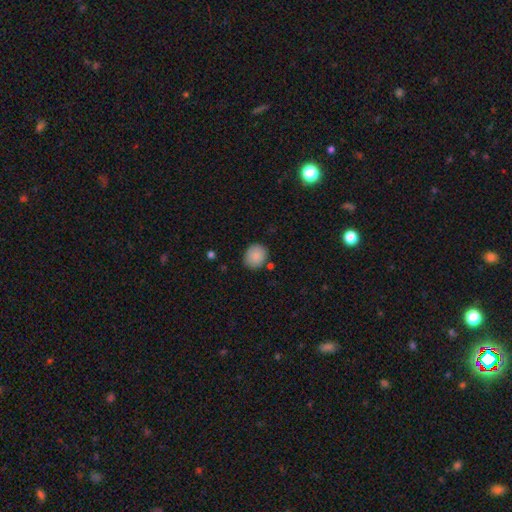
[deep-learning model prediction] Overall: smooth (87%). How rounded: round (72%). Merging: none (80%).